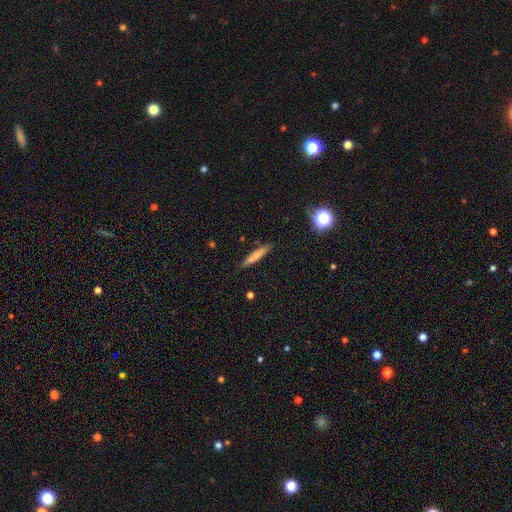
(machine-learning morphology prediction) type=smooth (70%); roundness=cigar-shaped (91%); merging=none (86%).